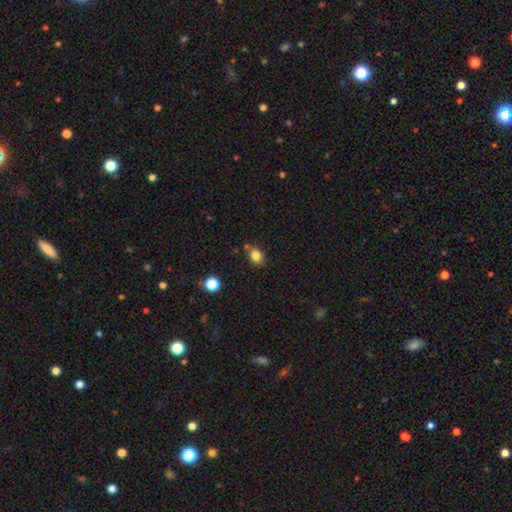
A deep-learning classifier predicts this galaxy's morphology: This is clearly a smooth galaxy (83%). How rounded: possibly in between (51%). Merging: likely none (73%).